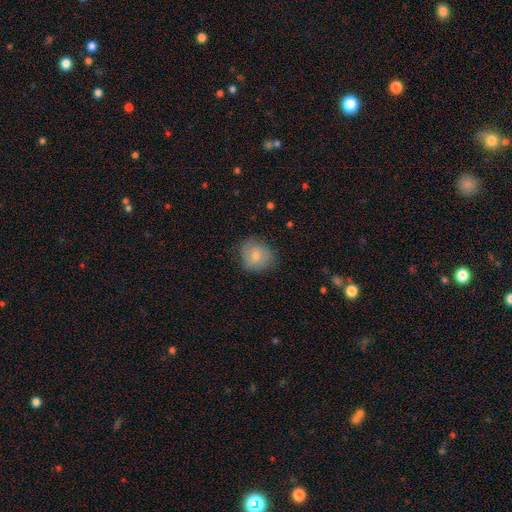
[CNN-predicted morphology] smooth_or_featured: smooth (p=0.77) [alt: featured or disk p=0.16]
how_rounded: round (p=0.78) [alt: in between p=0.21]
merging: none (p=0.73) [alt: minor disturbance p=0.20]